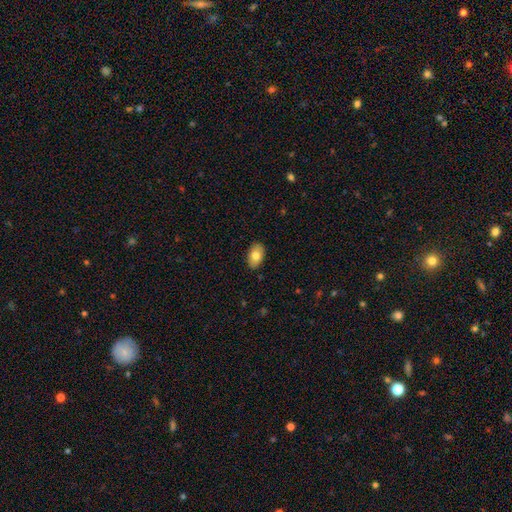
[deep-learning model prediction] smooth_or_featured: smooth (p=0.77) [alt: featured or disk p=0.15]
how_rounded: in between (p=0.91) [alt: round p=0.07]
merging: none (p=0.88) [alt: minor disturbance p=0.09]